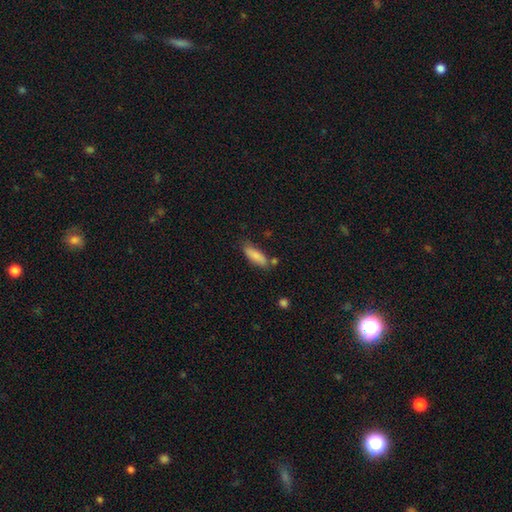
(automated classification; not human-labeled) A smooth galaxy with no disk features (86%) that is in between round and cigar-shaped (56%). Merging: none (70%).